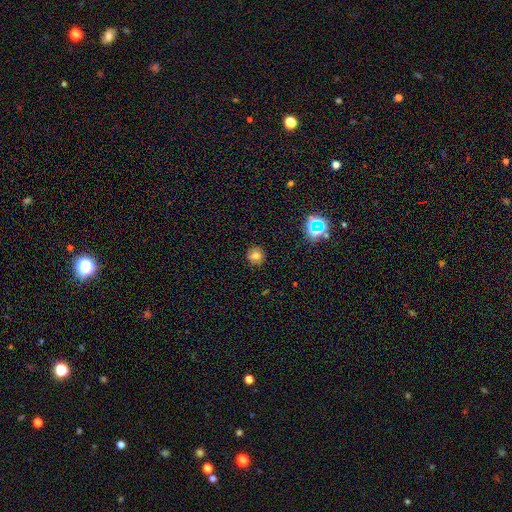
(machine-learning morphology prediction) Q: Smooth or featured?
A: smooth (73%); runner-up: star or artifact (17%)
Q: How rounded?
A: round (91%); runner-up: in between (8%)
Q: Merging?
A: none (89%); runner-up: minor disturbance (8%)